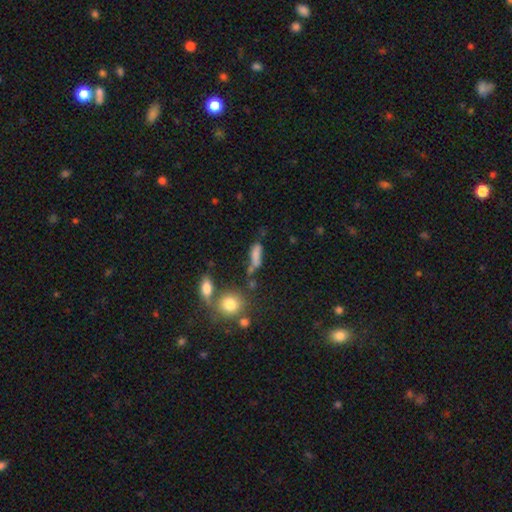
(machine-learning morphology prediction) This appears to be a smooth galaxy with no disk features (74%) that is in between round and cigar-shaped (50%). Merging: none (47%).